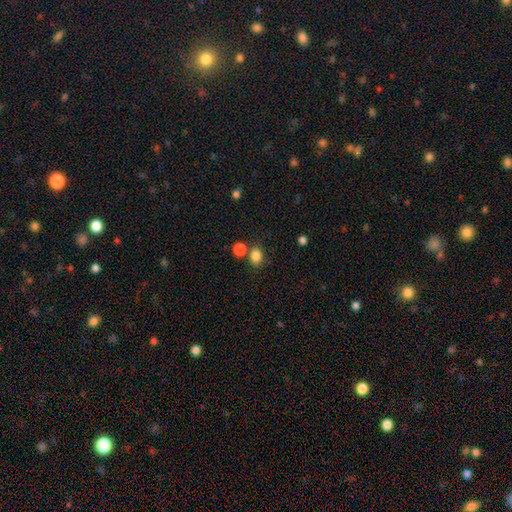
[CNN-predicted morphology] A smooth galaxy with no disk features (84%) that is in between round and cigar-shaped (52%).

Vote fractions:
- Smooth or featured? smooth: 84% / star or artifact: 11% / featured or disk: 5%
- How rounded? in between: 52% / round: 47% / cigar-shaped: 1%
- Merging? none: 68% / merger: 17% / minor disturbance: 11% / major disturbance: 4%